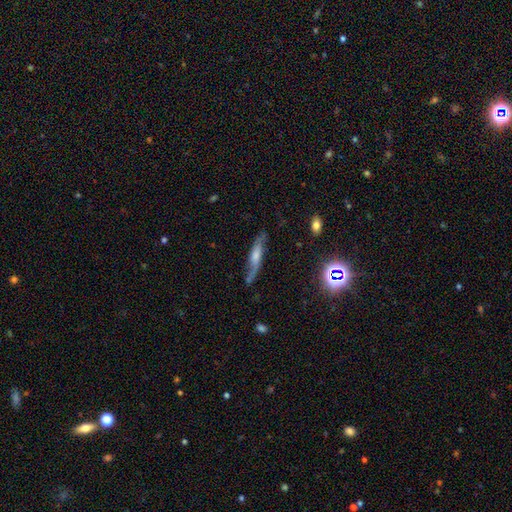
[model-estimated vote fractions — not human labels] A featured or disk galaxy (68%) viewed edge-on (50%, tied with no). Merging: none (70%).